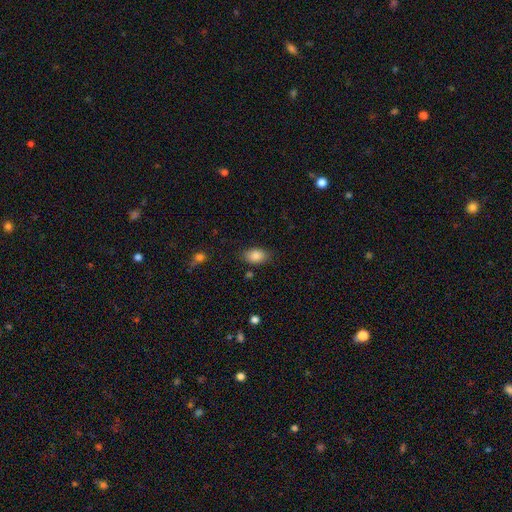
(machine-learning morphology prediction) smooth-or-featured: smooth: 86% | star or artifact: 8% | featured or disk: 6%
  how-rounded: in between: 87% | round: 11% | cigar-shaped: 1%
  merging: none: 82% | minor disturbance: 12% | major disturbance: 3% | merger: 2%